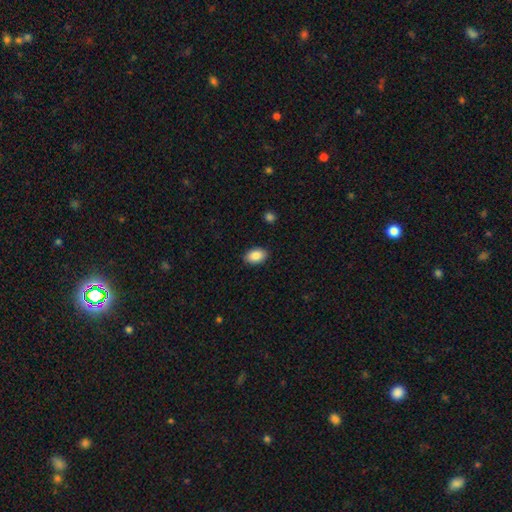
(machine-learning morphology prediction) Smooth or featured? Predicted: smooth (p=0.88). How rounded? Predicted: in between (p=0.90). Merging? Predicted: none (p=0.88).